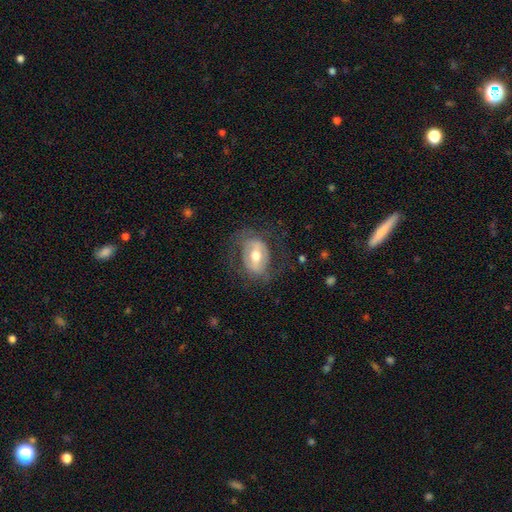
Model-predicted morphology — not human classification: A featured or disk galaxy (65%) with a strong bar (39%), no spiral arms (50%, tied with yes) and a moderate central bulge (74%).

Vote fractions:
- Smooth or featured? featured or disk: 65% / smooth: 28% / star or artifact: 7%
- Edge-on disk? no: 93% / yes: 7%
- Bar? strong: 39% / weak: 36% / no: 24%
- Spiral arms? no: 50% (tied) / yes: 50% (tied)
- Bulge size? moderate: 74% / small: 13% / large: 11% / dominant: 1% / none: 1%
- Merging? none: 64% / minor disturbance: 17% / major disturbance: 17% / merger: 1%